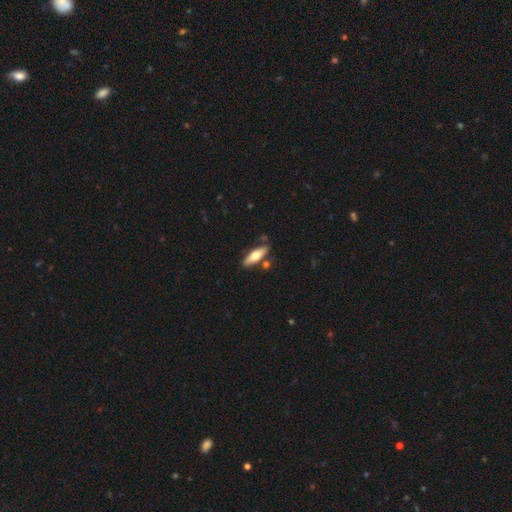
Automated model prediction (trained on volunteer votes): Q: Smooth or featured?
A: smooth (57%); runner-up: featured or disk (38%)
Q: How rounded?
A: cigar-shaped (52%); runner-up: in between (46%)
Q: Merging?
A: none (80%); runner-up: minor disturbance (11%)